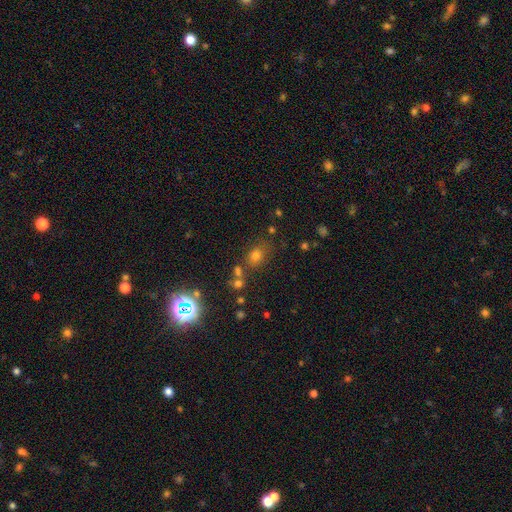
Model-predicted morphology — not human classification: type=smooth (59%); roundness=round (61%); merging=none (69%).